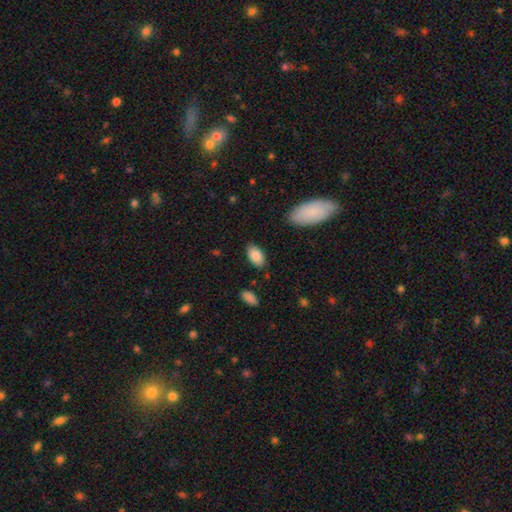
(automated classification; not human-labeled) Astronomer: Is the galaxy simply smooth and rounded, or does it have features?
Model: smooth — 87%.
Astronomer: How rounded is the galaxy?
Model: in between — 94%.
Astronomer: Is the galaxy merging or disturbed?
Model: none — 84%.